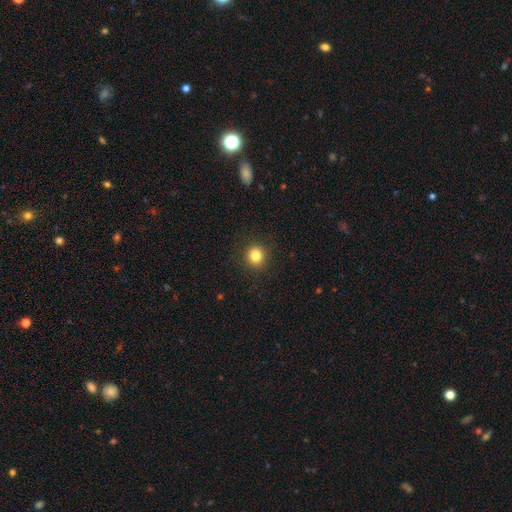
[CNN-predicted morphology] This appears to be a smooth galaxy with no disk features (83%) that is round (91%). Merging: none (91%).